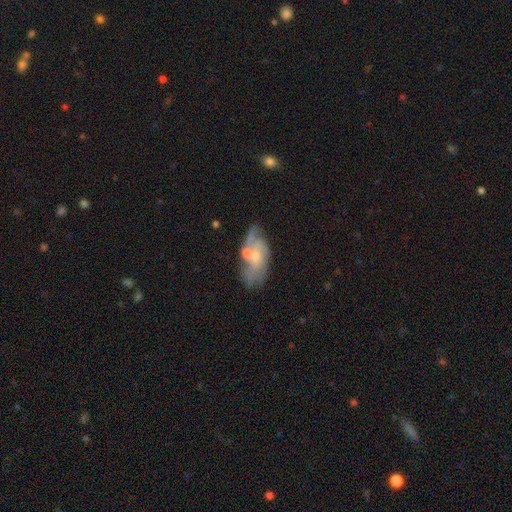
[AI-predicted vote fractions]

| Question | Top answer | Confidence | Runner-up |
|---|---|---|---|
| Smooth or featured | featured or disk | 65% | smooth (28%) |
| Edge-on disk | no | 92% | yes (8%) |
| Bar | no | 65% | weak (30%) |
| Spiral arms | yes | 77% | no (23%) |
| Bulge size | small | 58% | moderate (30%) |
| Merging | none | 52% | minor disturbance (24%) |